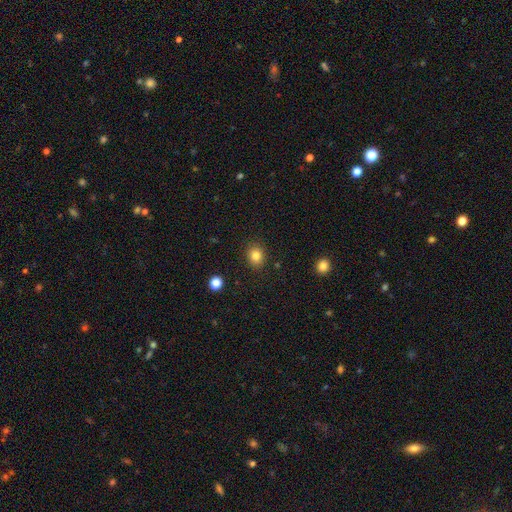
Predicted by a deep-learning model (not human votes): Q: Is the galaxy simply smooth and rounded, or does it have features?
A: smooth — 83%.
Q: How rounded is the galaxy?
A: round — 62%.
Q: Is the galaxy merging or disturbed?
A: none — 89%.